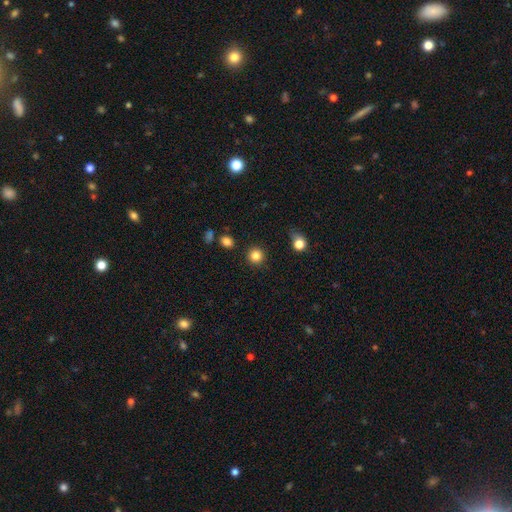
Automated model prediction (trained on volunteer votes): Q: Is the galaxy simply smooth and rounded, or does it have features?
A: smooth — 85%.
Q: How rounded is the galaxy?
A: round — 93%.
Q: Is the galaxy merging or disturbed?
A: none — 89%.